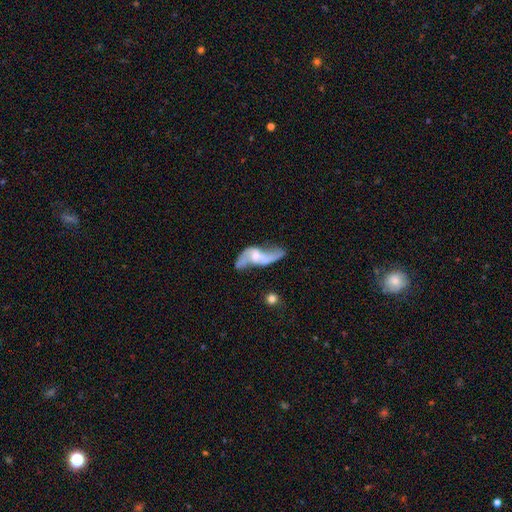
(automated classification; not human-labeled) Morphology: type=featured or disk (74%); edge-on=no (91%); bar=no (47%); spiral arms=yes (78%); winding=loose (83%); arm count=2 (87%); bulge=small (39%, tied with moderate); merging=none (34%).